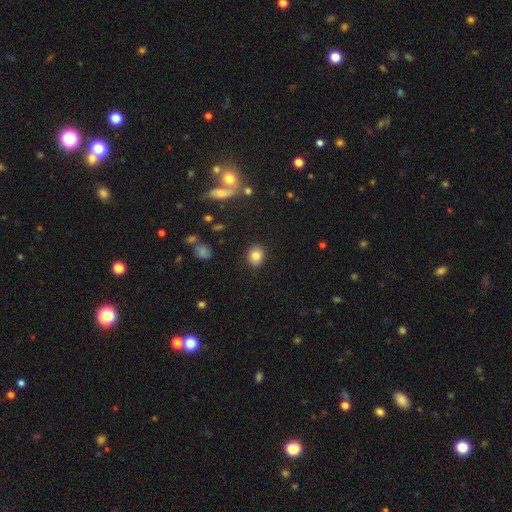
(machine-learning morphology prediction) smooth 82%, star or artifact 10%, featured or disk 8%. Down the decision tree: how rounded — round (54%); merging — none (89%).